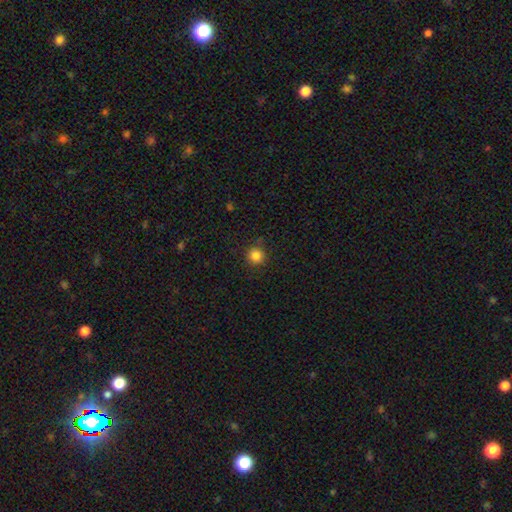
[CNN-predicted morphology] The model was most divided on "smooth or featured": smooth: 84%, star or artifact: 12%, featured or disk: 4%. More confident: how rounded — round (94%); merging — none (88%).